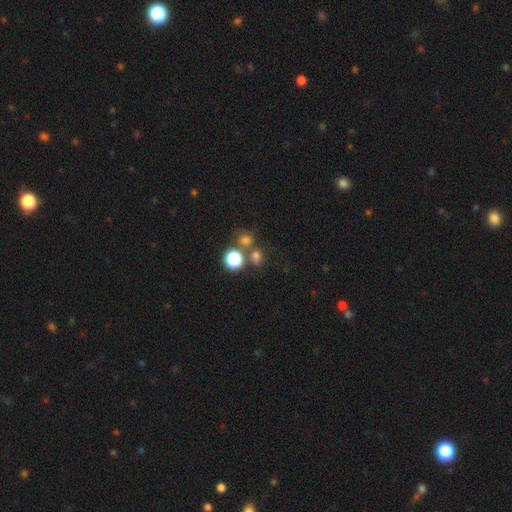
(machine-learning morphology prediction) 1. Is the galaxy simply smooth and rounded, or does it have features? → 65% smooth, 26% star or artifact, 9% featured or disk.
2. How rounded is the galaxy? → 70% round, 28% in between, 1% cigar-shaped.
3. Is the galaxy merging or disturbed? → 61% none, 24% merger, 10% minor disturbance, 5% major disturbance.